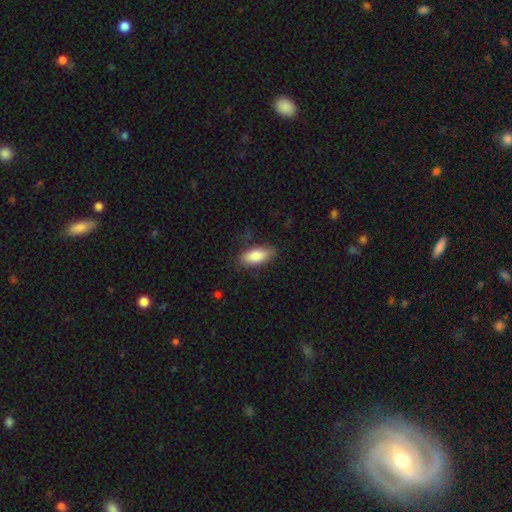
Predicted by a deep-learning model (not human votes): Smooth or featured? Predicted: smooth (p=0.84). How rounded? Predicted: in between (p=0.84). Merging? Predicted: none (p=0.80).